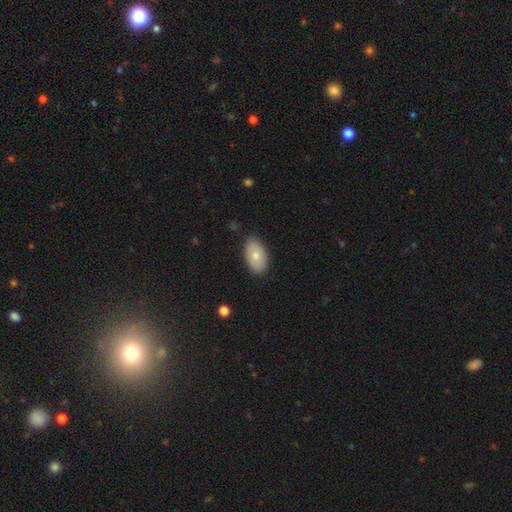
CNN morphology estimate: Smooth or featured?
  - smooth: 75% *
  - featured or disk: 19%
  - star or artifact: 6%
How rounded?
  - in between: 94% *
  - round: 5%
  - cigar-shaped: 1%
Merging?
  - none: 83% *
  - minor disturbance: 13%
  - major disturbance: 2%
  - merger: 1%